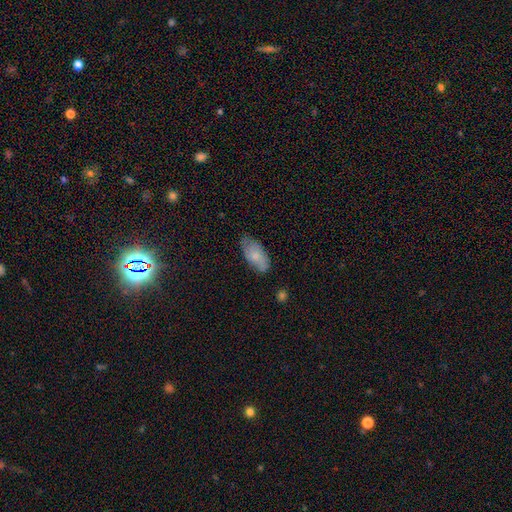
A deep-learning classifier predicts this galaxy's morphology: smooth 59%, featured or disk 35%, star or artifact 7%. Down the decision tree: how rounded — in between (91%); merging — none (67%).